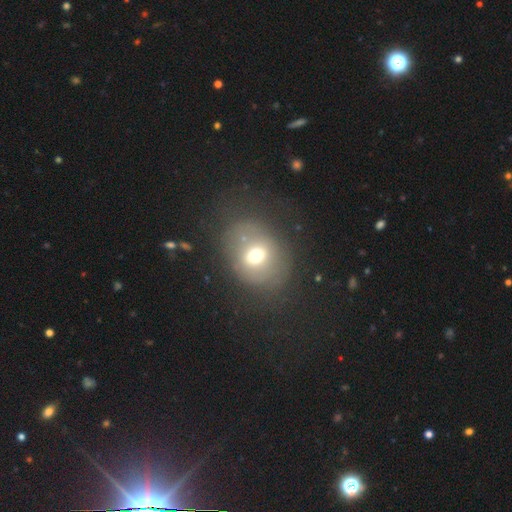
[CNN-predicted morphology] Q: Smooth or featured?
A: smooth (60%); runner-up: featured or disk (25%)
Q: How rounded?
A: round (63%); runner-up: in between (36%)
Q: Merging?
A: none (60%); runner-up: minor disturbance (20%)